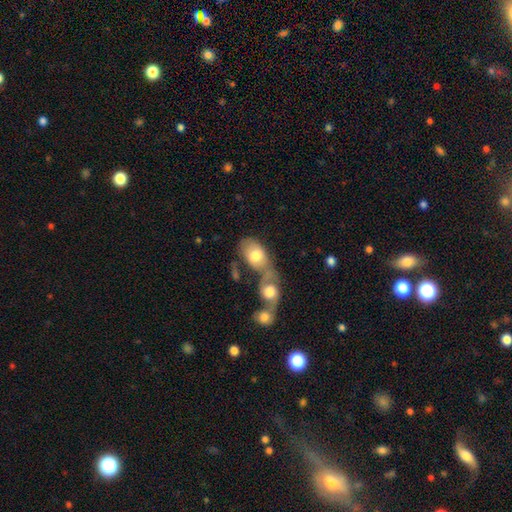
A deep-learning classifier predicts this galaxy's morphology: Smooth or featured? Predicted: smooth (p=0.68). How rounded? Predicted: in between (p=0.86). Merging? Predicted: merger (p=0.66).